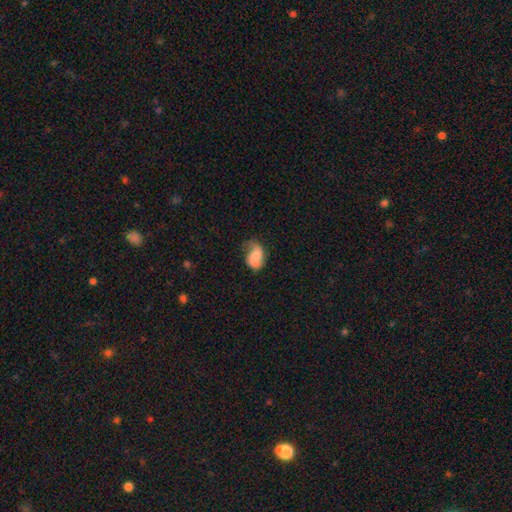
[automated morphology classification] featured or disk 49%, smooth 43%, star or artifact 8%. Down the decision tree: merging — none (51%).